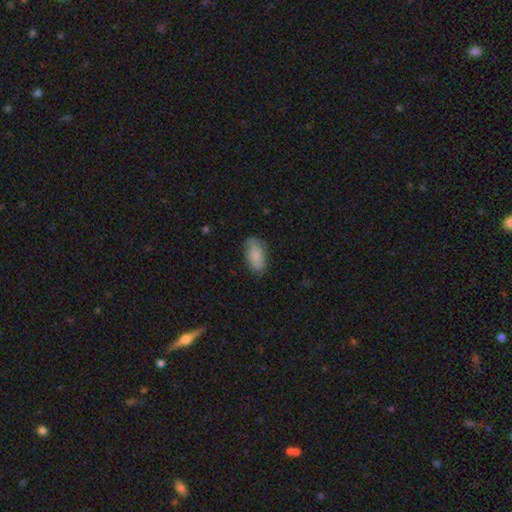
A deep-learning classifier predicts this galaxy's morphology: smooth 86%, featured or disk 8%, star or artifact 6%. Down the decision tree: how rounded — in between (93%); merging — none (78%).